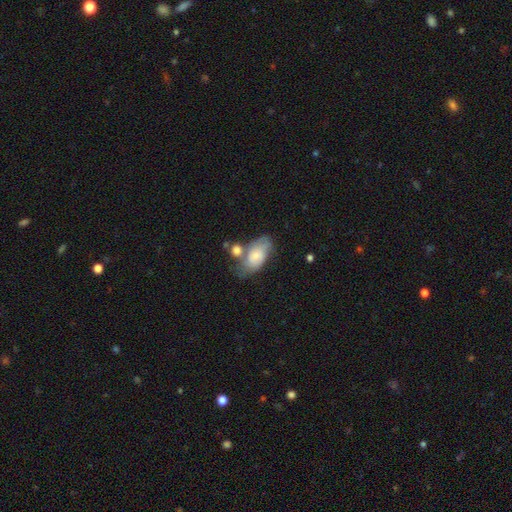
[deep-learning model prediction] Smooth or featured? Predicted: smooth (p=0.53). How rounded? Predicted: in between (p=0.89). Merging? Predicted: none (p=0.34).